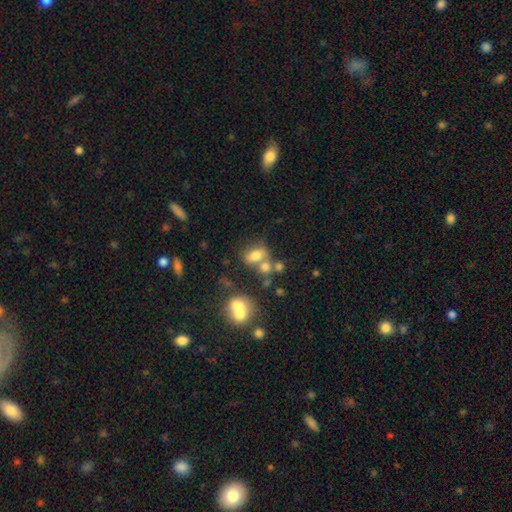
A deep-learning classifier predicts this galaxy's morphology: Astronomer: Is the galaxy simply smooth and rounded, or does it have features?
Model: smooth — 70%.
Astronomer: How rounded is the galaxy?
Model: in between — 70%.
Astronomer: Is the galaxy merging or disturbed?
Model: none — 39% (runner-up: merger, 38%).